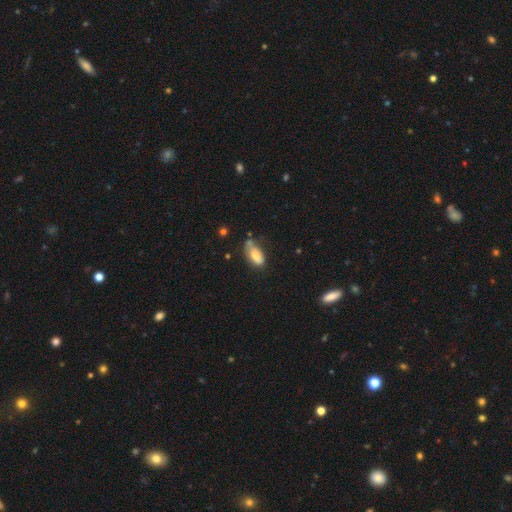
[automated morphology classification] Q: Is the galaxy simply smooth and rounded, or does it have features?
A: smooth — 75%.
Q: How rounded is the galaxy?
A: in between — 85%.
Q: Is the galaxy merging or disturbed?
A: none — 42%.